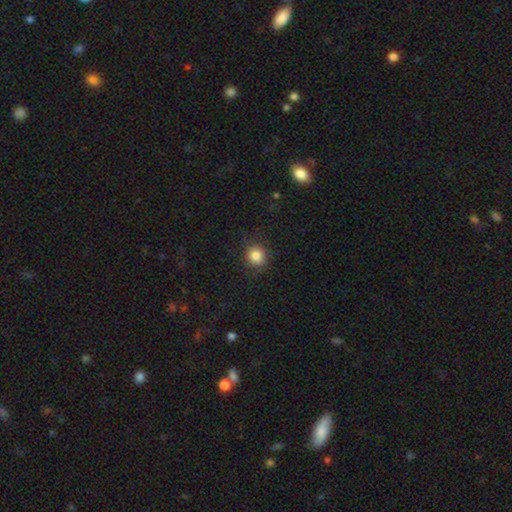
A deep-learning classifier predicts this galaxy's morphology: type=smooth (85%); roundness=round (88%); merging=none (87%).